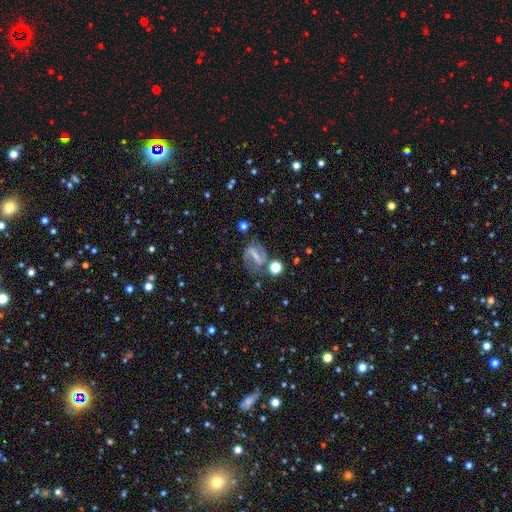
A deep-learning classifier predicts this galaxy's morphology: The model was most divided on "spiral winding": medium: 47%, loose: 35%, tight: 18%. Remaining: edge-on disk — no (96%); spiral arms — yes (91%); spiral arm count — 2 (89%); smooth or featured — featured or disk (80%); merging — none (69%); bar — strong (66%); bulge size — small (49%).